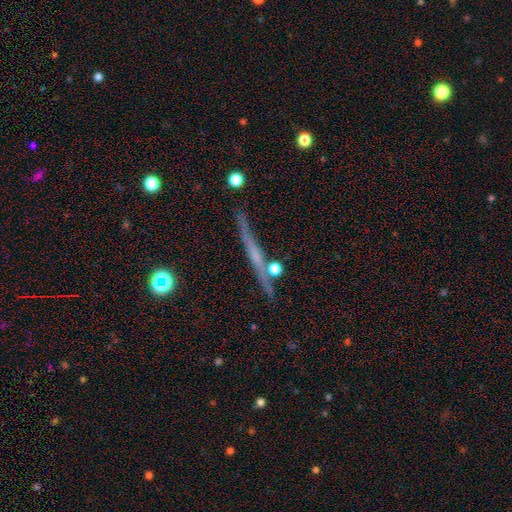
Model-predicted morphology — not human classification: A featured or disk galaxy (63%) viewed edge-on (96%) with no central bulge (61%).

Vote fractions:
- Smooth or featured? featured or disk: 63% / smooth: 26% / star or artifact: 12%
- Edge-on disk? yes: 96% / no: 4%
- Edge-on bulge? none: 61% / rounded: 29% / boxy: 10%
- Merging? none: 82% / minor disturbance: 10% / merger: 4% / major disturbance: 3%